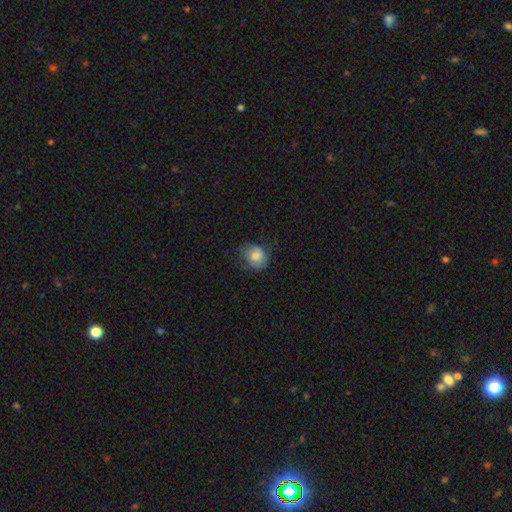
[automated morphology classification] Overall: smooth (74%). How rounded: round (61%; in between 38%). Merging: none (59%; minor disturbance 28%).